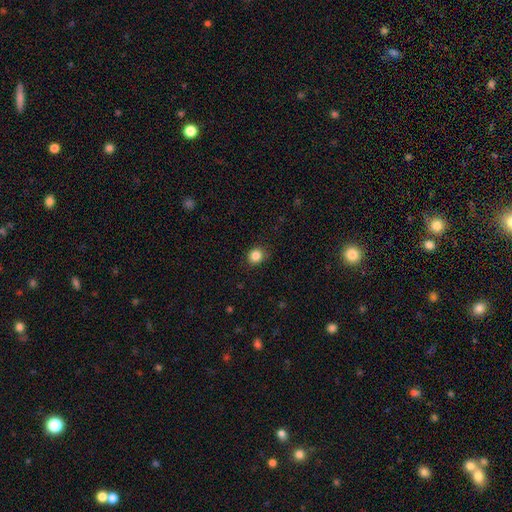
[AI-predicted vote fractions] A smooth galaxy with no disk features (85%) that is round (83%).

Vote fractions:
- Smooth or featured? smooth: 85% / star or artifact: 11% / featured or disk: 4%
- How rounded? round: 83% / in between: 16% / cigar-shaped: 1%
- Merging? none: 86% / minor disturbance: 10% / major disturbance: 3% / merger: 1%